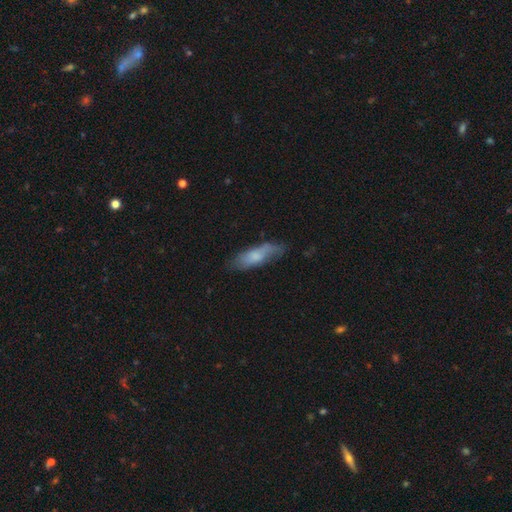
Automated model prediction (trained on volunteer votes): This is likely a smooth galaxy (67%). How rounded: possibly cigar-shaped (50%). Merging: possibly none (60%).